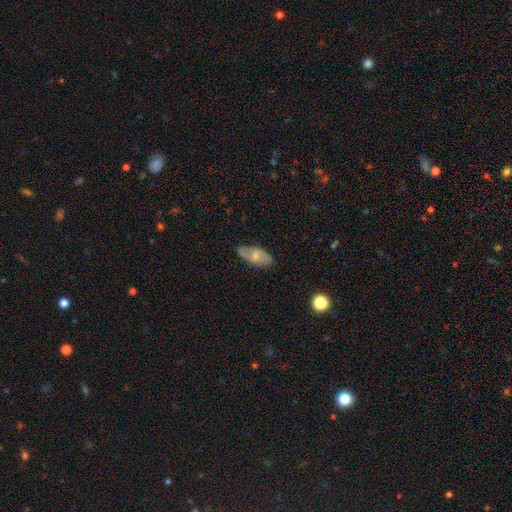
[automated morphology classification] The model was most divided on "smooth or featured": smooth: 58%, featured or disk: 35%, star or artifact: 7%. More confident: how rounded — in between (88%); merging — none (79%).